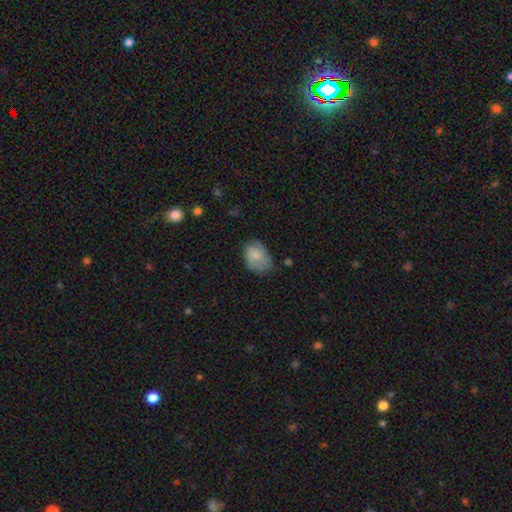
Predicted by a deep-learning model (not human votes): smooth-or-featured: smooth: 76% | featured or disk: 17% | star or artifact: 7%
  how-rounded: in between: 79% | round: 20% | cigar-shaped: 1%
  merging: none: 49% | minor disturbance: 36% | major disturbance: 13% | merger: 2%